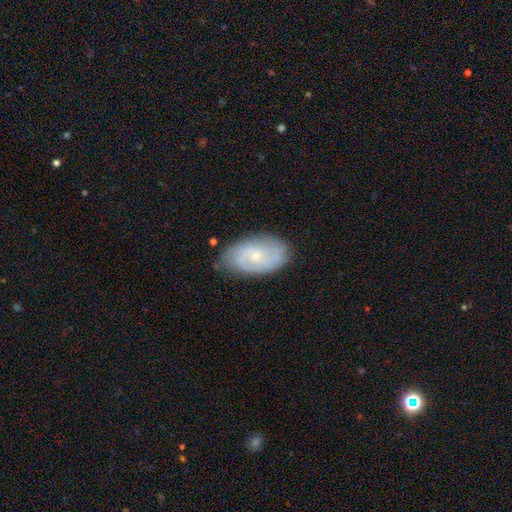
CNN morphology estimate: Smooth or featured? featured or disk (65%)
Edge-on disk? no (95%)
Bar? no (72%)
Spiral arms? yes (86%)
Spiral winding? tight (55%)
Spiral arm count? 2 (40%)
Bulge size? small (72%)
Merging? none (75%)